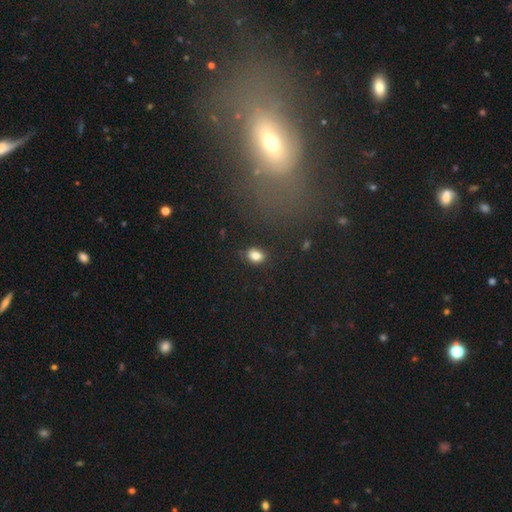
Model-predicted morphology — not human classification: Smooth or featured: smooth — 82% (star or artifact — 10%)
How rounded: in between — 67% (round — 32%)
Merging: none — 84% (minor disturbance — 11%)